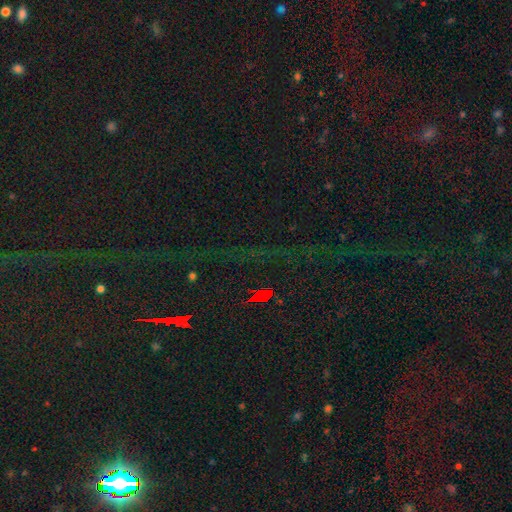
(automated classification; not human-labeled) A star or artifact, not a galaxy (78%).